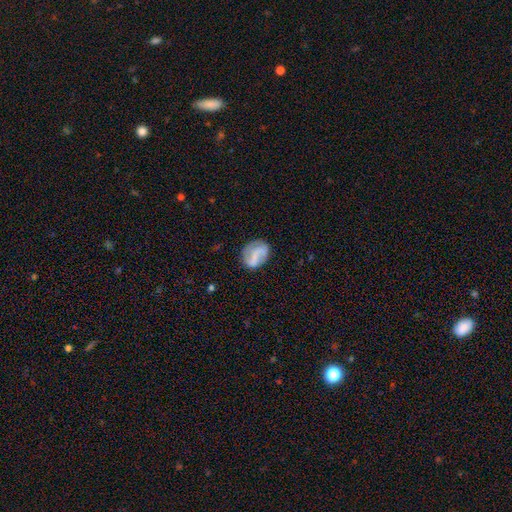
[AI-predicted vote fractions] A featured or disk galaxy (50%). Merging: none (66%).